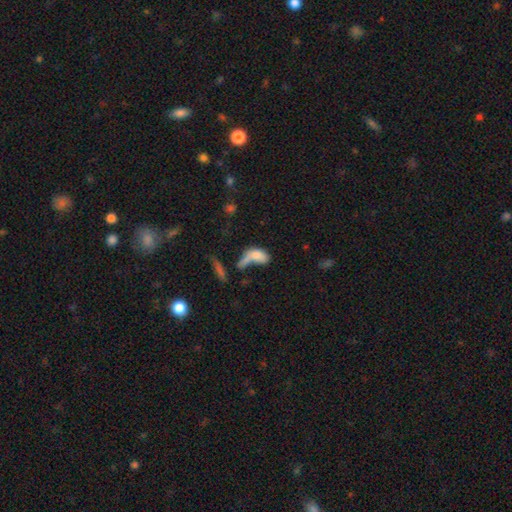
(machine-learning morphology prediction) type=smooth (68%); roundness=in between (83%); merging=merger (39%).